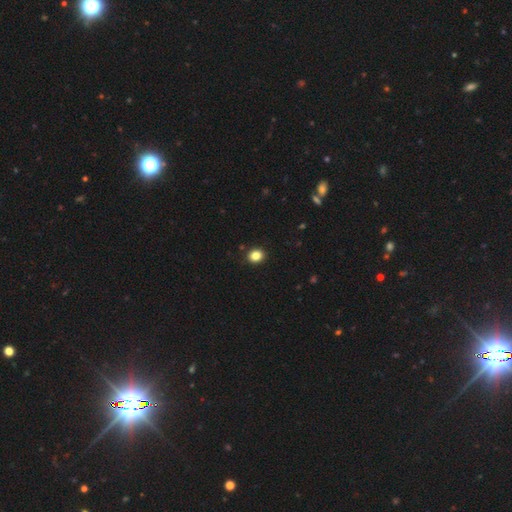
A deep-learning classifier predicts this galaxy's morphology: This appears to be a smooth galaxy with no disk features (85%) that is round (71%). Merging: none (91%).